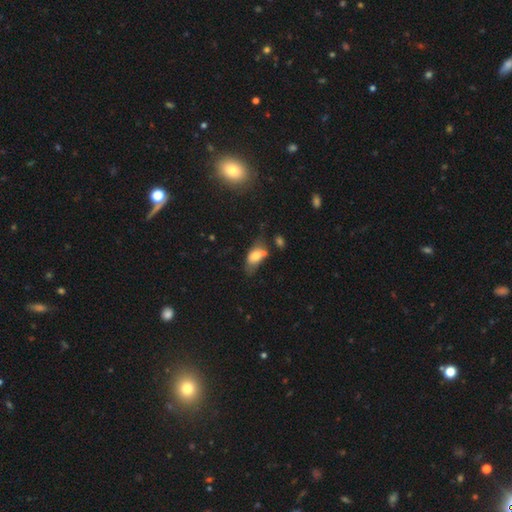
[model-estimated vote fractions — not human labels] smooth 67%, featured or disk 23%, star or artifact 9%. Down the decision tree: how rounded — in between (88%); merging — none (33%).